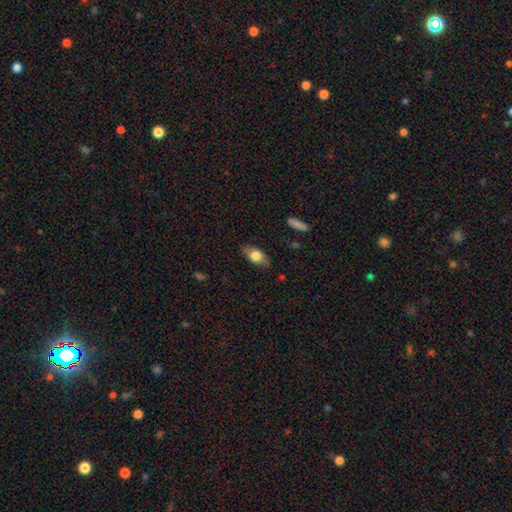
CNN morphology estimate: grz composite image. It shows a smooth galaxy with no disk features (70%) that is in between round and cigar-shaped (85%). Merging: none (80%).